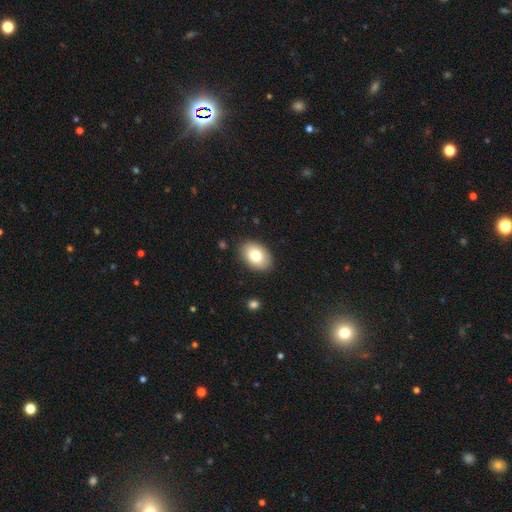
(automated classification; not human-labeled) Smooth or featured?
  - smooth: 78% *
  - featured or disk: 15%
  - star or artifact: 7%
How rounded?
  - in between: 86% *
  - round: 13%
  - cigar-shaped: 1%
Merging?
  - none: 87% *
  - minor disturbance: 9%
  - major disturbance: 2%
  - merger: 1%